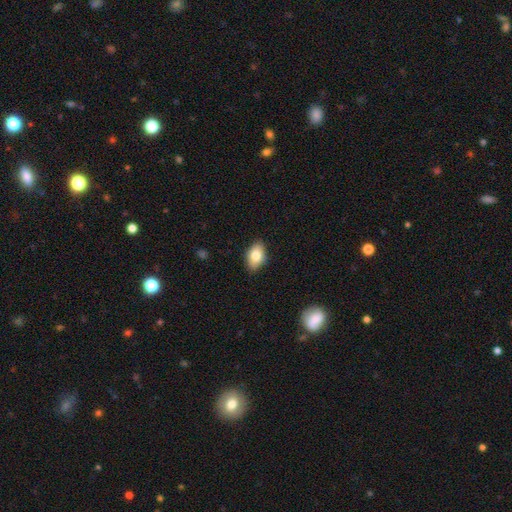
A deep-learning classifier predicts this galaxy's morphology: smooth 79%, featured or disk 13%, star or artifact 7%. Down the decision tree: how rounded — in between (89%); merging — none (86%).